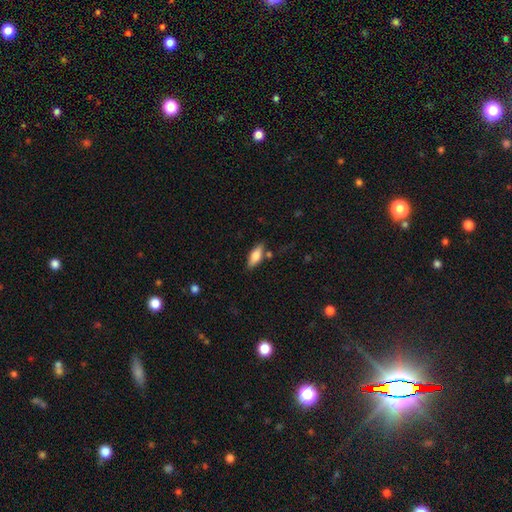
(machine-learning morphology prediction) Smooth or featured? smooth (75%)
How rounded? in between (73%)
Merging? none (77%)